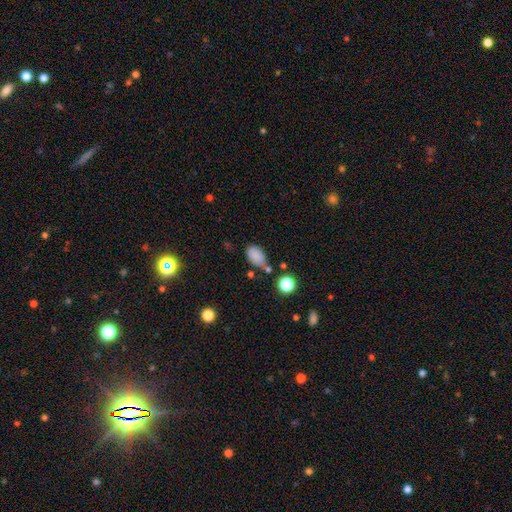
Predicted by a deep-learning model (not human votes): A smooth galaxy with no disk features (83%) that is in between round and cigar-shaped (89%). Merging: none (58%).